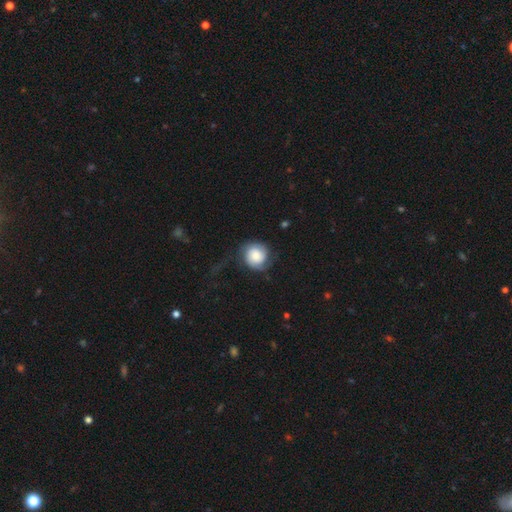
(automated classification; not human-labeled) This is possibly a smooth galaxy (52%). How rounded: clearly round (86%). Merging: possibly none (53%).